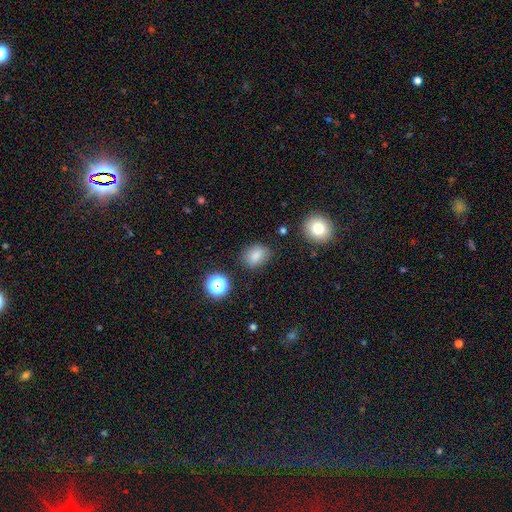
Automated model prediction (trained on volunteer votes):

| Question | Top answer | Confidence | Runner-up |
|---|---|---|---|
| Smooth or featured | smooth | 82% | star or artifact (12%) |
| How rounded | in between | 64% | round (35%) |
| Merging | none | 78% | minor disturbance (15%) |